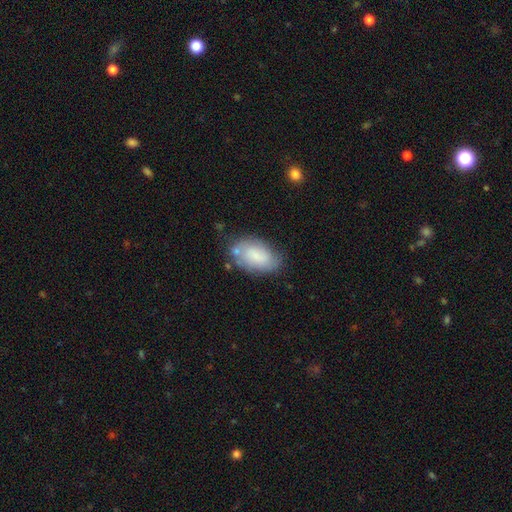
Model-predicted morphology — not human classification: smooth 73%, featured or disk 20%, star or artifact 7%. Down the decision tree: how rounded — in between (93%); merging — none (62%).